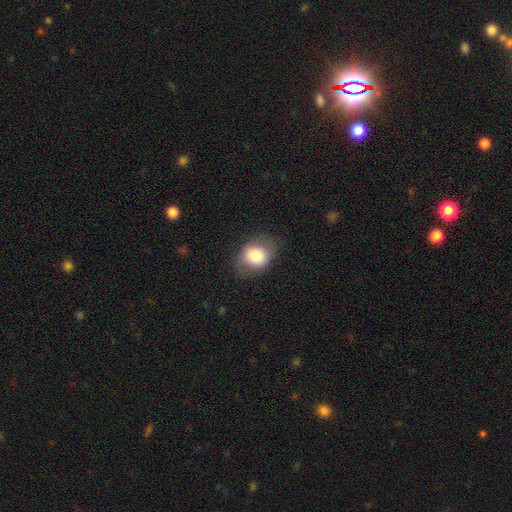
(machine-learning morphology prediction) Overall: smooth (80%). How rounded: in between (51%; round 48%). Merging: none (77%).